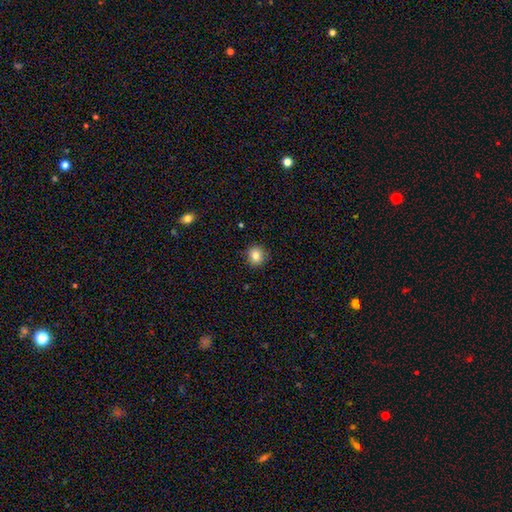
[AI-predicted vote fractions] smooth_or_featured: smooth (p=0.82) [alt: star or artifact p=0.10]
how_rounded: round (p=0.90) [alt: in between p=0.09]
merging: none (p=0.90) [alt: minor disturbance p=0.07]